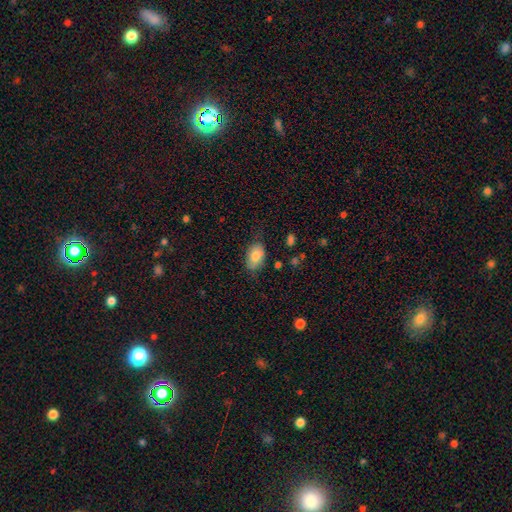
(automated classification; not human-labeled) Smooth or featured: smooth — 80% (featured or disk — 13%)
How rounded: in between — 90% (round — 8%)
Merging: none — 72% (minor disturbance — 21%)